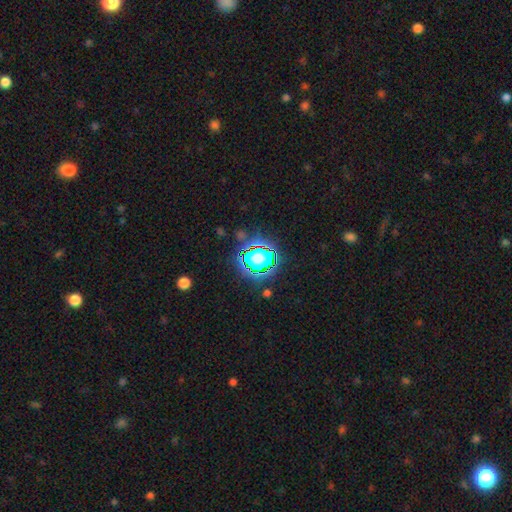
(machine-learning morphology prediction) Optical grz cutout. It shows a star or artifact, not a galaxy (79%).